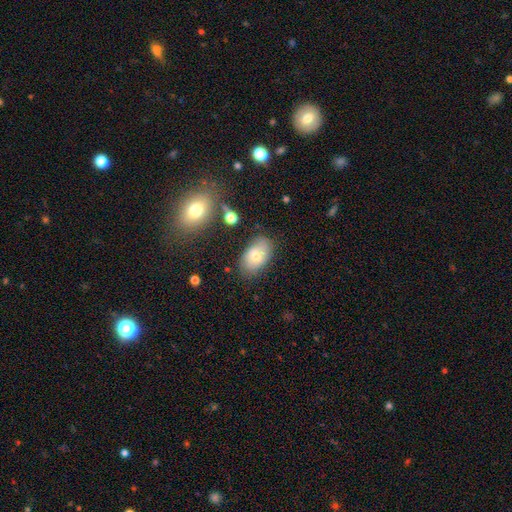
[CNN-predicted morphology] Smooth or featured? smooth (68%)
How rounded? in between (91%)
Merging? none (73%)